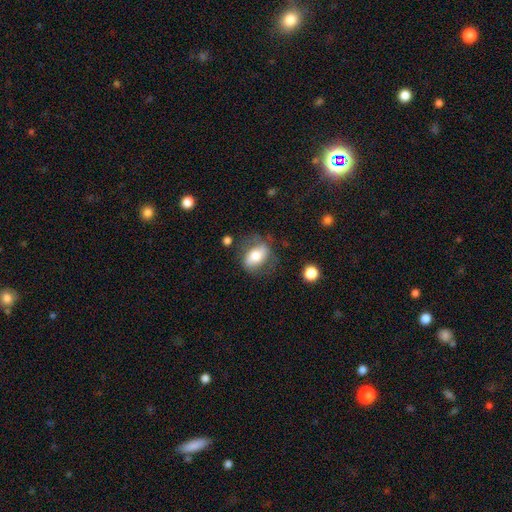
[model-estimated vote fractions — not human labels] Smooth or featured? smooth (58%)
How rounded? in between (81%)
Merging? none (63%)